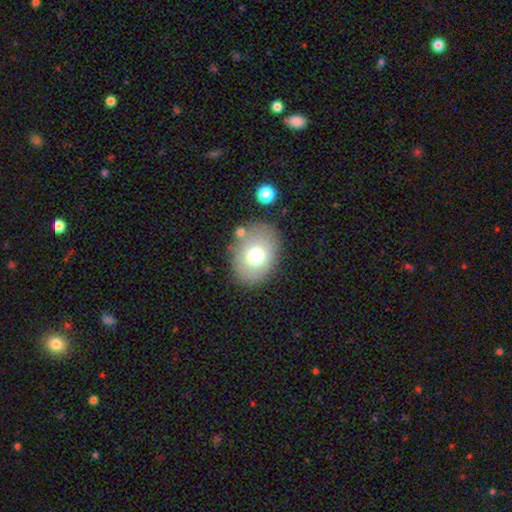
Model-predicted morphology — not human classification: Q: Smooth or featured?
A: smooth (72%); runner-up: featured or disk (18%)
Q: How rounded?
A: in between (64%); runner-up: round (35%)
Q: Merging?
A: none (78%); runner-up: minor disturbance (13%)